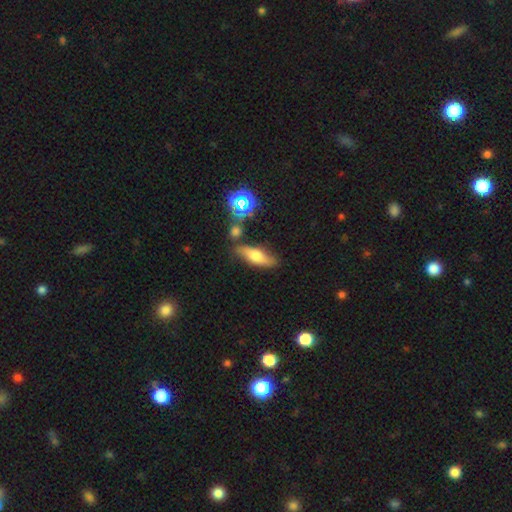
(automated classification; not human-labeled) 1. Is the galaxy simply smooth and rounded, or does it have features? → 51% smooth, 36% featured or disk, 12% star or artifact.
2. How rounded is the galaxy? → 51% in between, 44% cigar-shaped, 5% round.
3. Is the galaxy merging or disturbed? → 72% none, 16% minor disturbance, 8% merger, 4% major disturbance.